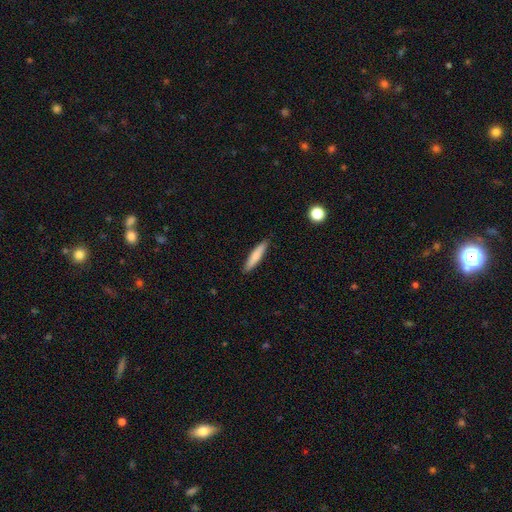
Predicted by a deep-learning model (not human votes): This is likely a smooth galaxy (75%). How rounded: clearly cigar-shaped (89%). Merging: clearly none (90%).